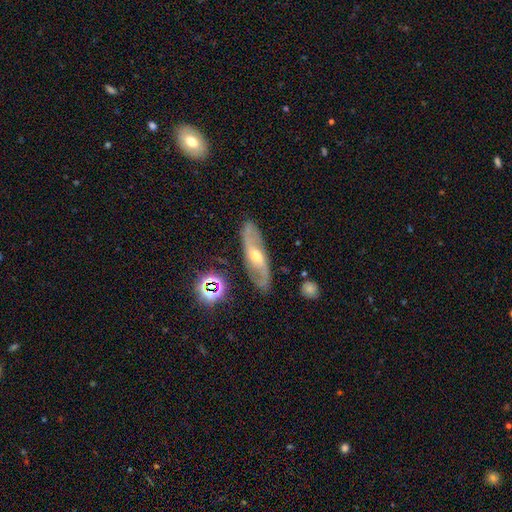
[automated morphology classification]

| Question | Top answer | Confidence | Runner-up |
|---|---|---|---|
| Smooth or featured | featured or disk | 78% | smooth (14%) |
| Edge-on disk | no | 82% | yes (18%) |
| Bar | weak | 43% | no (38%) |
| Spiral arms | yes | 91% | no (9%) |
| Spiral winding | medium | 46% | loose (33%) |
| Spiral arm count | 2 | 86% | can't tell (8%) |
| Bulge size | moderate | 62% | small (32%) |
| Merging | none | 84% | minor disturbance (11%) |